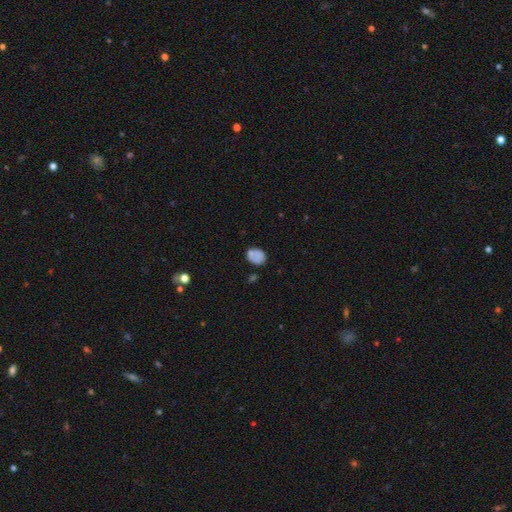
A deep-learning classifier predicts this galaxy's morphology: The model was most divided on "how rounded": in between: 56%, round: 43%, cigar-shaped: 1%. More confident: smooth or featured — smooth (74%); merging — none (60%).